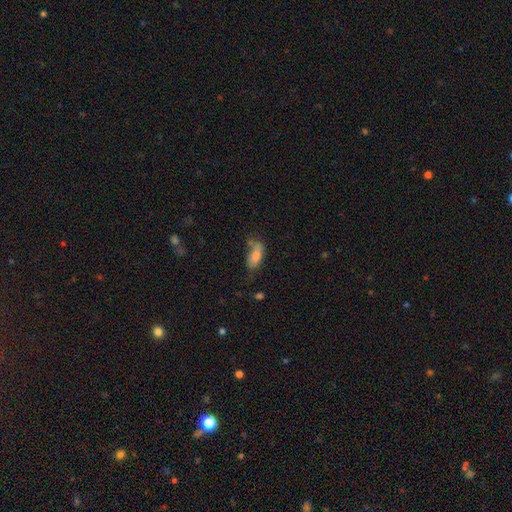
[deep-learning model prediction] A smooth galaxy with no disk features (74%) that is in between round and cigar-shaped (77%).

Vote fractions:
- Smooth or featured? smooth: 74% / featured or disk: 17% / star or artifact: 8%
- How rounded? in between: 77% / cigar-shaped: 20% / round: 3%
- Merging? none: 52% / minor disturbance: 26% / merger: 12% / major disturbance: 9%